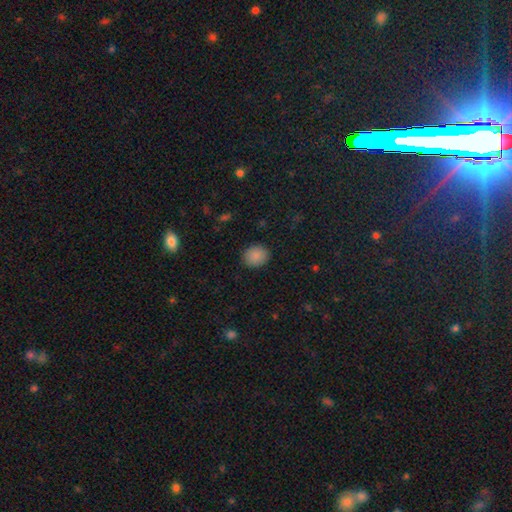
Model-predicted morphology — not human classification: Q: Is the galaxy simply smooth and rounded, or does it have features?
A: smooth — 88%.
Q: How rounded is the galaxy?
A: round — 70%.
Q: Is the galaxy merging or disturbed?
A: none — 89%.